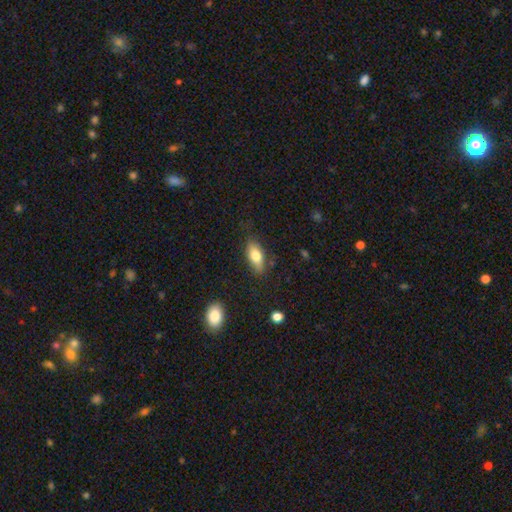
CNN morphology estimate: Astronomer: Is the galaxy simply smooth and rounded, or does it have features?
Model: smooth — 75%.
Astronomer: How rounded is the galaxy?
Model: in between — 81%.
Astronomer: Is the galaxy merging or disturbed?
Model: none — 79%.